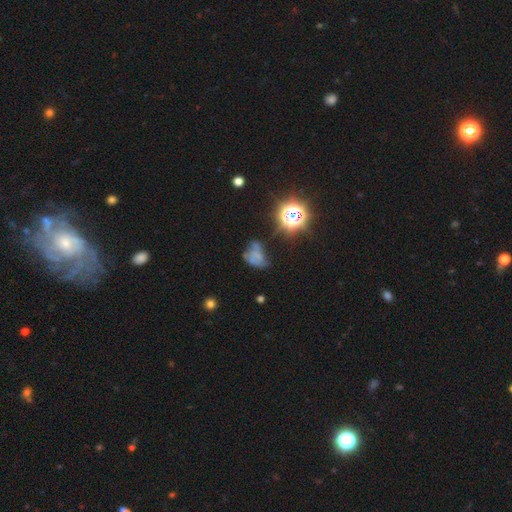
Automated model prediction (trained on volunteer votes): Smooth or featured? Predicted: smooth (p=0.37). Merging? Predicted: major disturbance (p=0.34).